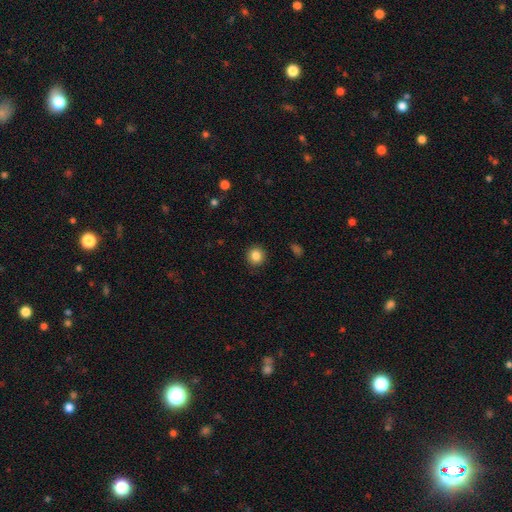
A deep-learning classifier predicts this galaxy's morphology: Smooth or featured? smooth (85%)
How rounded? round (93%)
Merging? none (92%)